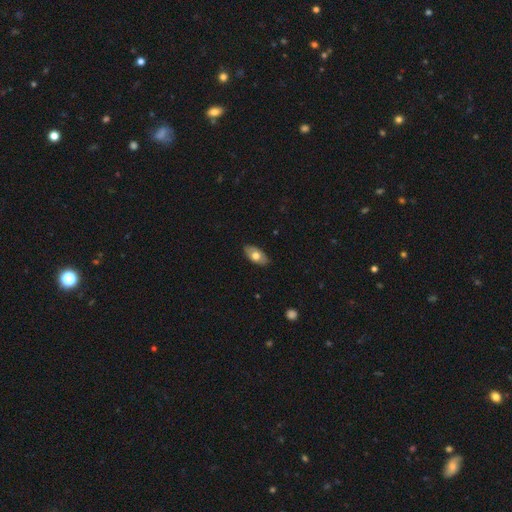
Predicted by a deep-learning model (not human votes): Smooth or featured?
  - smooth: 63% *
  - featured or disk: 31%
  - star or artifact: 6%
How rounded?
  - in between: 92% *
  - round: 4%
  - cigar-shaped: 3%
Merging?
  - none: 85% *
  - minor disturbance: 13%
  - major disturbance: 2%
  - merger: 1%